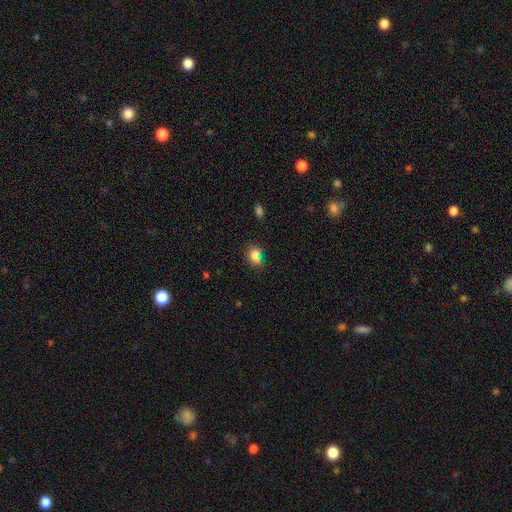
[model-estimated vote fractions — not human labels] Overall: smooth (80%). How rounded: in between (63%; round 35%). Merging: none (51%; minor disturbance 24%).